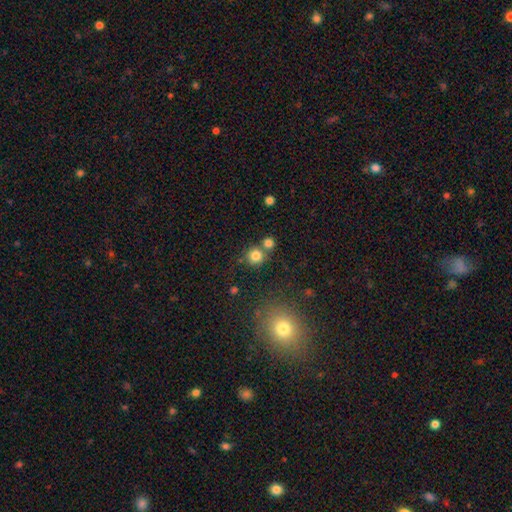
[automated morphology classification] smooth 80%, star or artifact 13%, featured or disk 7%. Down the decision tree: how rounded — round (90%); merging — none (65%).